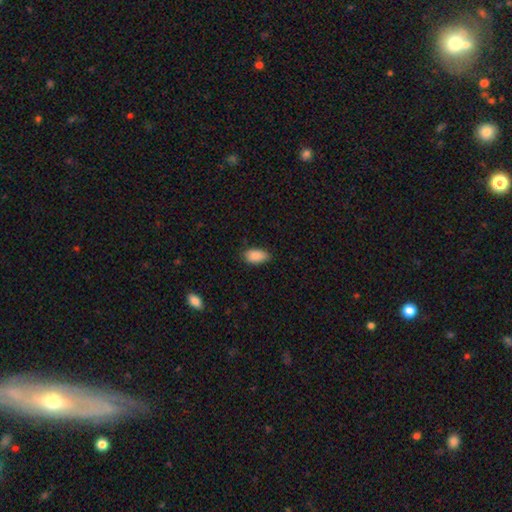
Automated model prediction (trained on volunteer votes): Overall: smooth (89%). How rounded: in between (93%). Merging: none (81%).